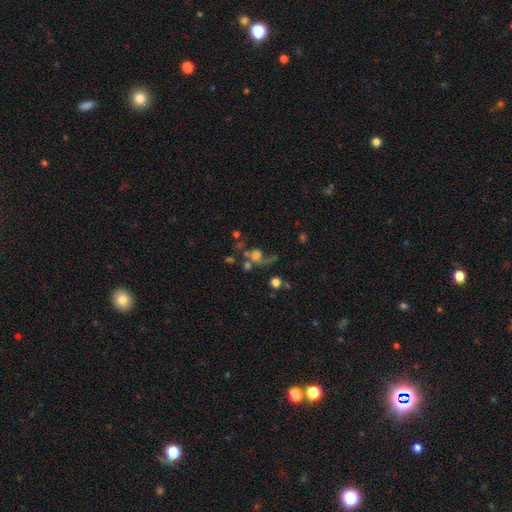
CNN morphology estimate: smooth-or-featured: smooth: 49% | featured or disk: 33% | star or artifact: 18%
  merging: major disturbance: 31% | none: 30% | merger: 27% | minor disturbance: 12%